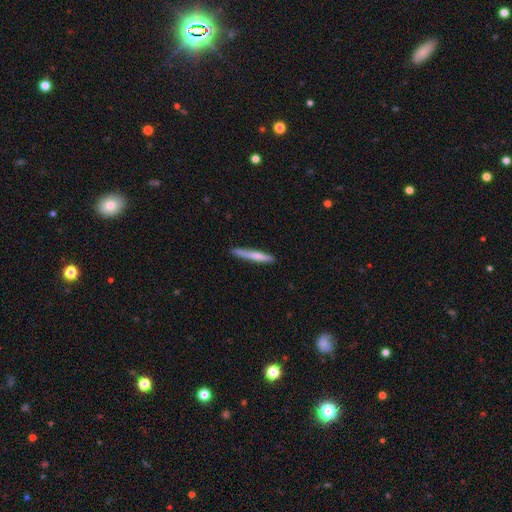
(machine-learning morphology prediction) A smooth galaxy with no disk features (69%) that is cigar-shaped (95%). Merging: none (83%).